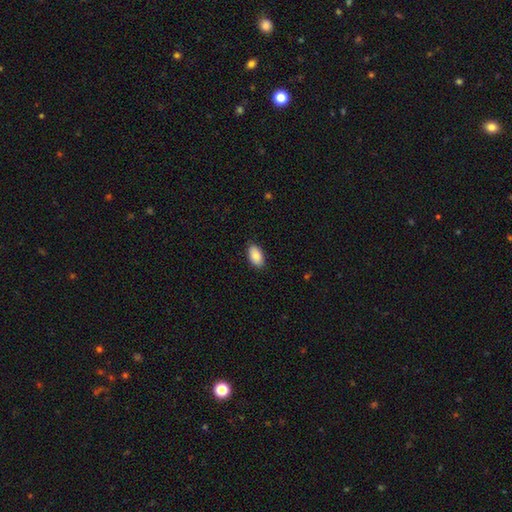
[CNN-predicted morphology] A smooth galaxy with no disk features (87%) that is in between round and cigar-shaped (94%). Merging: none (87%).